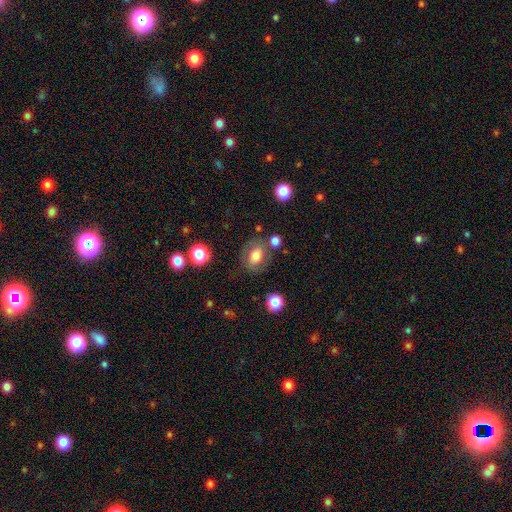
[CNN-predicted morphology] Smooth or featured? smooth (71%)
How rounded? in between (64%)
Merging? none (71%)